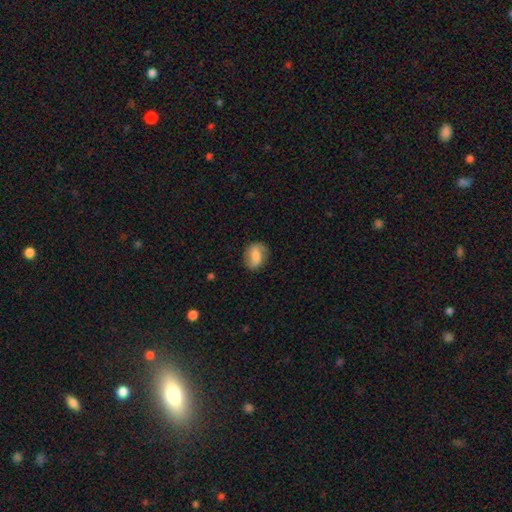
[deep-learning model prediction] Smooth or featured?
  - smooth: 63% *
  - featured or disk: 28%
  - star or artifact: 8%
How rounded?
  - in between: 62% *
  - round: 36%
  - cigar-shaped: 2%
Merging?
  - none: 75% *
  - minor disturbance: 18%
  - major disturbance: 6%
  - merger: 1%